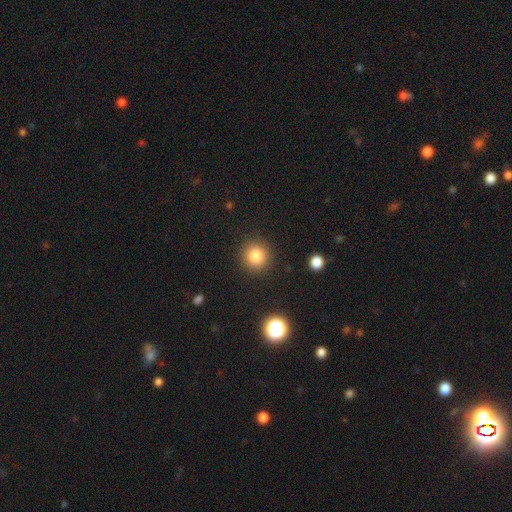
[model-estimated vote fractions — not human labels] This appears to be a smooth galaxy with no disk features (83%) that is round (93%). Merging: none (90%).